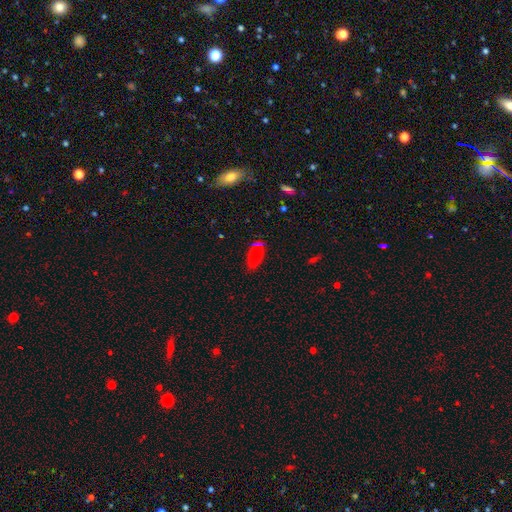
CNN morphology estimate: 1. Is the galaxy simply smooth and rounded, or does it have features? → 73% smooth, 19% star or artifact, 8% featured or disk.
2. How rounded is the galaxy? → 84% in between, 12% cigar-shaped, 4% round.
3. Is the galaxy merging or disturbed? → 68% none, 21% minor disturbance, 6% major disturbance, 6% merger.